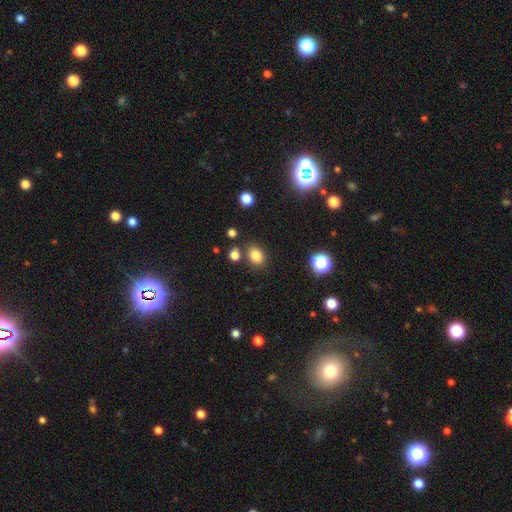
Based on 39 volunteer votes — Volunteers were most divided on "how rounded": in between: 70%, round: 30%, cigar-shaped: 0%. More confident: merging — none (86%); smooth or featured — smooth (85%).